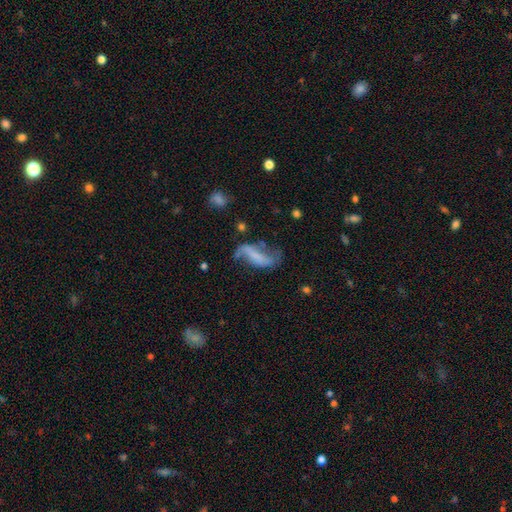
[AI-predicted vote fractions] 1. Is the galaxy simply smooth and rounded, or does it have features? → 59% featured or disk, 31% smooth, 10% star or artifact.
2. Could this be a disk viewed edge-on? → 90% no, 10% yes.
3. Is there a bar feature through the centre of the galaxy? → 38% no, 34% strong, 28% weak.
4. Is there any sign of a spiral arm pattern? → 75% yes, 25% no.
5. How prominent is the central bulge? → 59% none, 25% small, 11% moderate, 4% large, 2% dominant.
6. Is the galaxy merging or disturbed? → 40% none, 29% major disturbance, 25% minor disturbance, 6% merger.